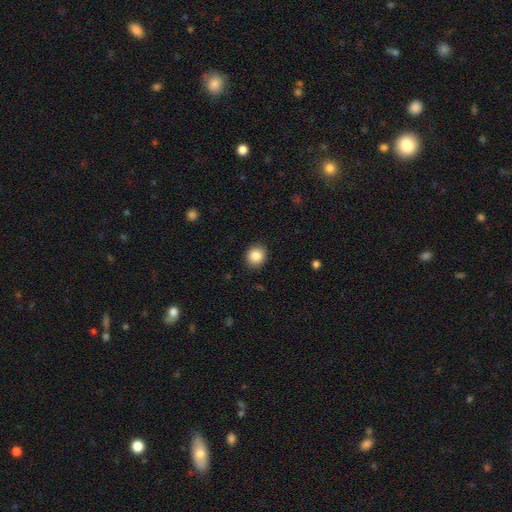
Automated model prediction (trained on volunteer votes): A smooth galaxy with no disk features (87%) that is round (77%).

Vote fractions:
- Smooth or featured? smooth: 87% / star or artifact: 9% / featured or disk: 4%
- How rounded? round: 77% / in between: 23% / cigar-shaped: 1%
- Merging? none: 89% / minor disturbance: 7% / major disturbance: 2% / merger: 1%